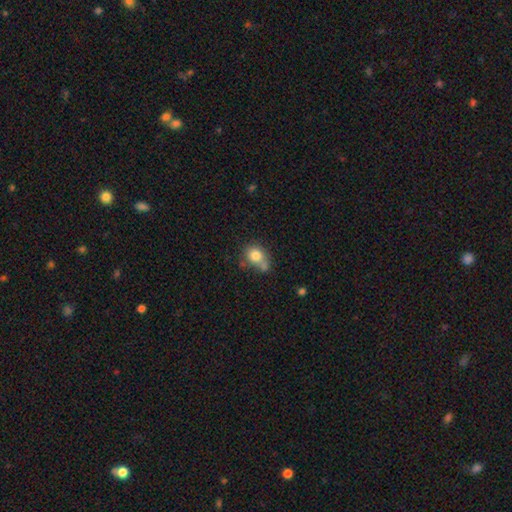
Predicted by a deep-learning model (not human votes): smooth-or-featured: smooth: 78% | featured or disk: 12% | star or artifact: 10%
  how-rounded: round: 60% | in between: 39% | cigar-shaped: 1%
  merging: none: 40% | merger: 26% | minor disturbance: 24% | major disturbance: 11%